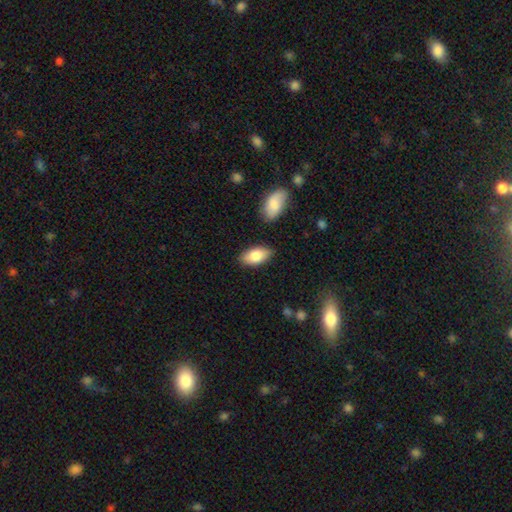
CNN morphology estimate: A smooth galaxy with no disk features (82%) that is in between round and cigar-shaped (93%).

Vote fractions:
- Smooth or featured? smooth: 82% / featured or disk: 12% / star or artifact: 6%
- How rounded? in between: 93% / cigar-shaped: 4% / round: 3%
- Merging? none: 84% / minor disturbance: 11% / merger: 3% / major disturbance: 2%